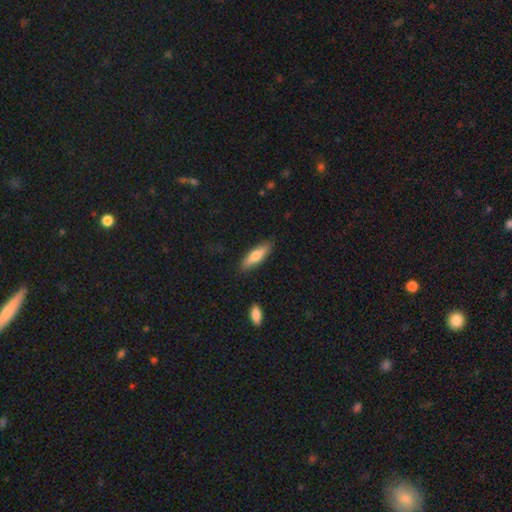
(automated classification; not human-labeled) A smooth galaxy with no disk features (68%) that is cigar-shaped (60%).

Vote fractions:
- Smooth or featured? smooth: 68% / featured or disk: 27% / star or artifact: 6%
- How rounded? cigar-shaped: 60% / in between: 38% / round: 2%
- Merging? none: 86% / minor disturbance: 10% / major disturbance: 2% / merger: 2%